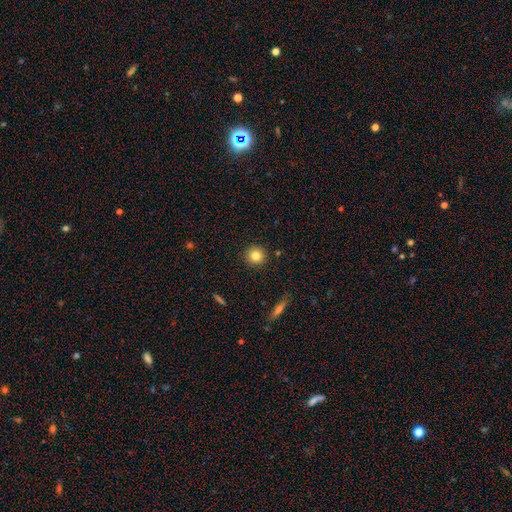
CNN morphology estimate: This appears to be a smooth galaxy with no disk features (82%) that is round (94%). Merging: none (91%).